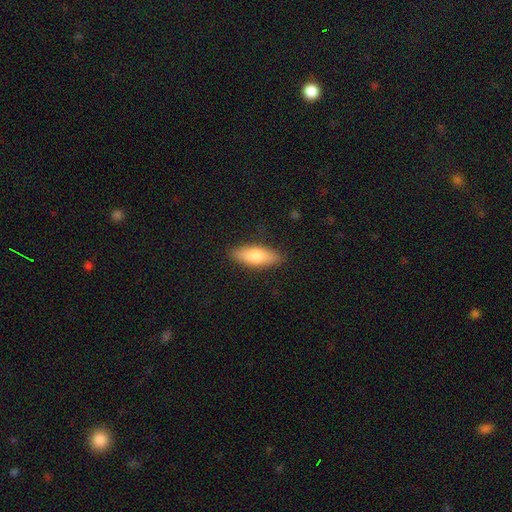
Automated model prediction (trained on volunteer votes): Smooth or featured? smooth (74%)
How rounded? in between (61%)
Merging? none (87%)